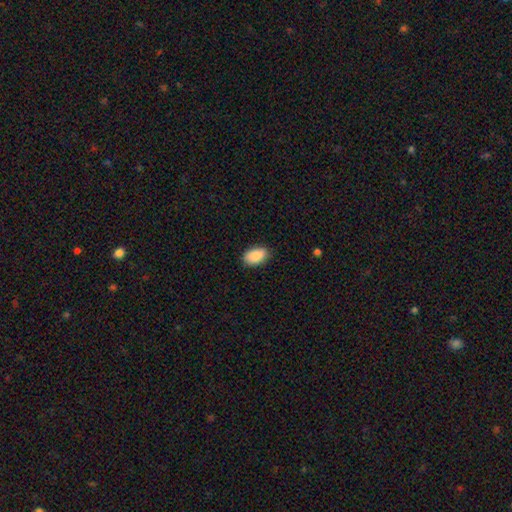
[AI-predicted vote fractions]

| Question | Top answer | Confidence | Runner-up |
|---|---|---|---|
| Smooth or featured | smooth | 90% | star or artifact (6%) |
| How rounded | in between | 93% | round (5%) |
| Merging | none | 86% | minor disturbance (11%) |